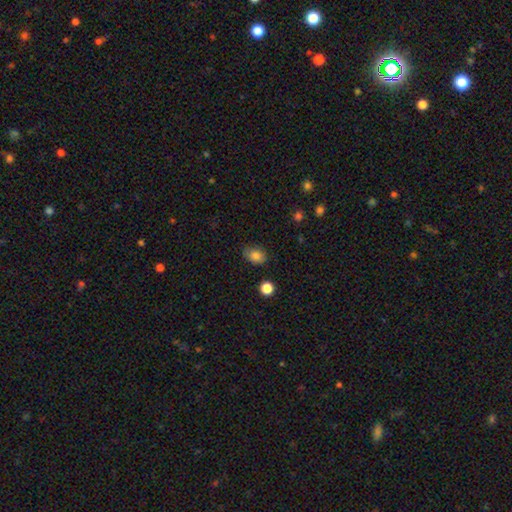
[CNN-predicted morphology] Smooth or featured? smooth (82%)
How rounded? in between (77%)
Merging? none (80%)